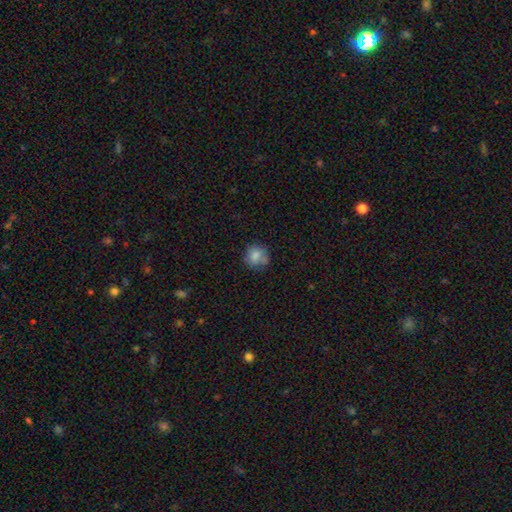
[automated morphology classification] Smooth or featured: smooth — 81% (star or artifact — 10%)
How rounded: round — 83% (in between — 16%)
Merging: none — 66% (minor disturbance — 22%)